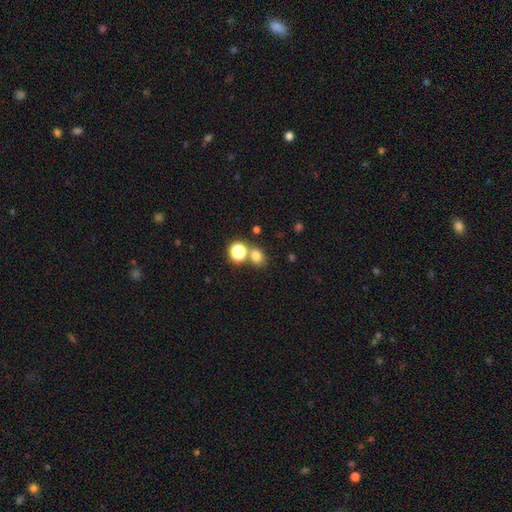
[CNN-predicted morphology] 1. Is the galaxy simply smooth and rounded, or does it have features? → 75% smooth, 18% star or artifact, 7% featured or disk.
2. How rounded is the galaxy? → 59% round, 40% in between, 1% cigar-shaped.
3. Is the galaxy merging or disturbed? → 65% none, 23% merger, 9% minor disturbance, 4% major disturbance.